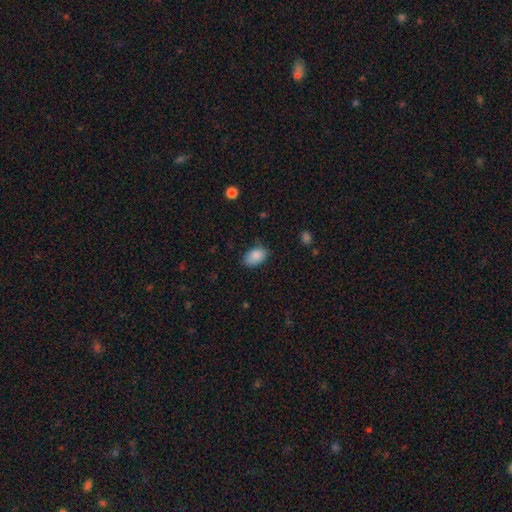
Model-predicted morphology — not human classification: Smooth or featured: smooth — 88% (star or artifact — 7%)
How rounded: in between — 90% (round — 9%)
Merging: none — 79% (minor disturbance — 17%)